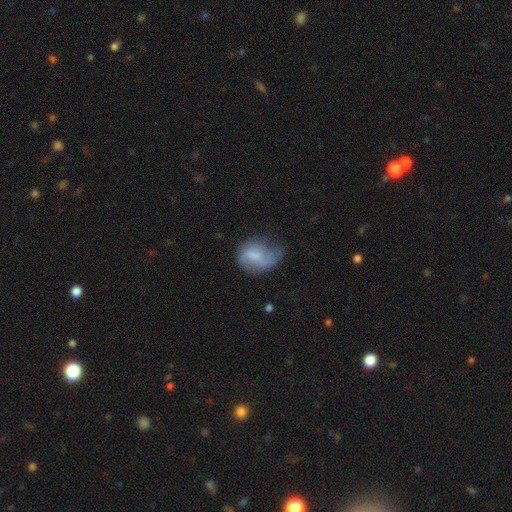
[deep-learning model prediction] Smooth or featured? smooth (56%)
How rounded? in between (60%)
Merging? minor disturbance (34%)